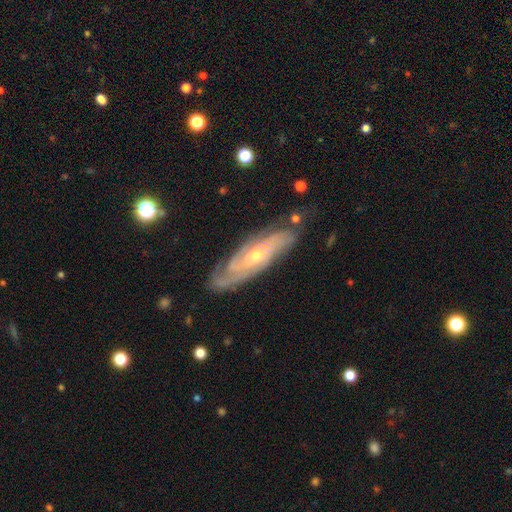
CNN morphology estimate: A featured or disk galaxy (82%) with no bar (69%), tight (62%) spiral arms (93%) and a small central bulge (58%).

Vote fractions:
- Smooth or featured? featured or disk: 82% / smooth: 12% / star or artifact: 6%
- Edge-on disk? no: 78% / yes: 22%
- Bar? no: 69% / weak: 24% / strong: 7%
- Spiral arms? yes: 93% / no: 7%
- Spiral winding? tight: 62% / medium: 29% / loose: 8%
- Spiral arm count? can't tell: 39% / 2: 32% / 3: 15% / 4: 7% / 1: 4% / more than 4: 3%
- Bulge size? small: 58% / moderate: 39% / large: 1% / none: 1% / dominant: 1%
- Merging? none: 77% / minor disturbance: 17% / major disturbance: 4% / merger: 2%